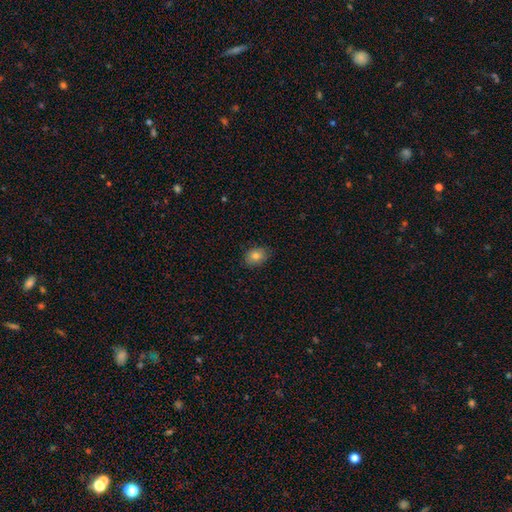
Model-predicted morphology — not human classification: Q: Smooth or featured?
A: smooth (80%); runner-up: star or artifact (10%)
Q: How rounded?
A: in between (66%); runner-up: round (33%)
Q: Merging?
A: none (83%); runner-up: minor disturbance (14%)